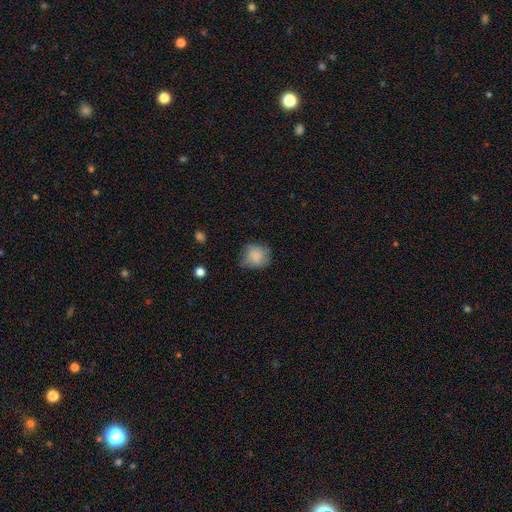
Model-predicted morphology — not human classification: The model was most divided on "merging": none: 60%, minor disturbance: 28%, major disturbance: 10%, merger: 2%. More confident: smooth or featured — smooth (78%); how rounded — round (72%).